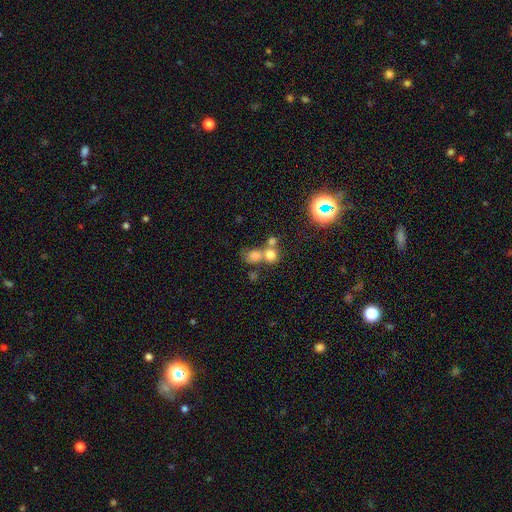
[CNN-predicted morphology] Smooth or featured?
  - smooth: 67% *
  - star or artifact: 19%
  - featured or disk: 14%
How rounded?
  - round: 73% *
  - in between: 26%
  - cigar-shaped: 1%
Merging?
  - merger: 53% *
  - none: 35%
  - minor disturbance: 7%
  - major disturbance: 5%